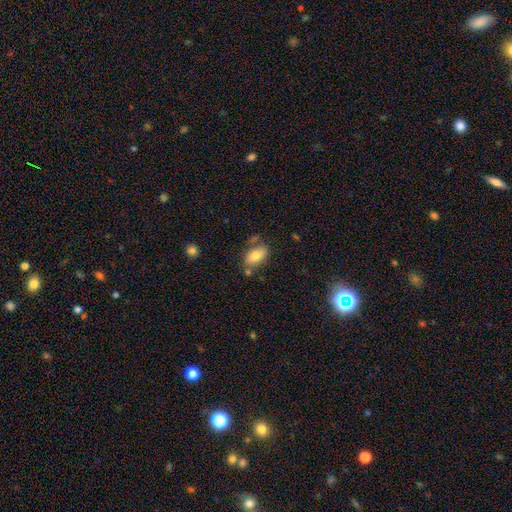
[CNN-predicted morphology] Smooth or featured: smooth — 75% (featured or disk — 17%)
How rounded: in between — 91% (round — 6%)
Merging: none — 65% (minor disturbance — 18%)